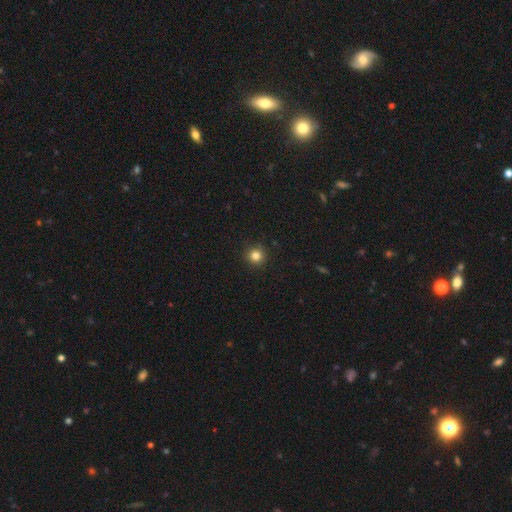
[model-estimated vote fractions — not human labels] Overall: smooth (82%). How rounded: round (95%). Merging: none (92%).